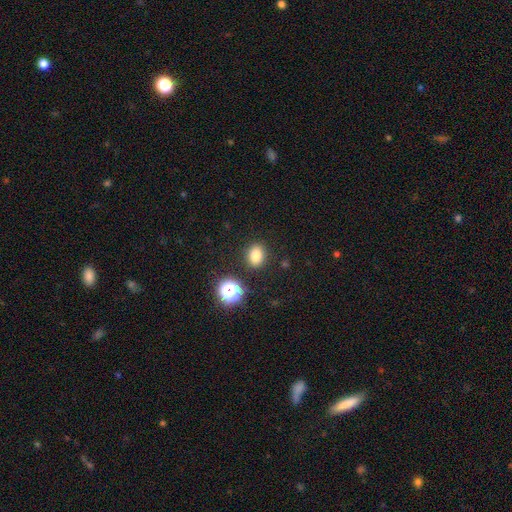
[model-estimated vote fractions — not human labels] Morphology: type=smooth (77%); roundness=in between (53%); merging=none (86%).